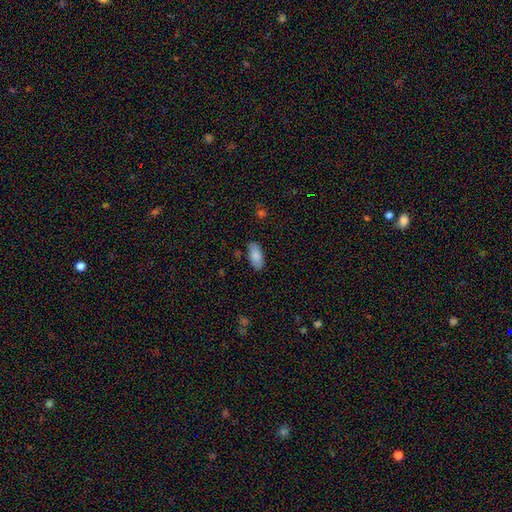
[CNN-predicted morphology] Overall: smooth (85%). How rounded: in between (90%). Merging: none (85%).